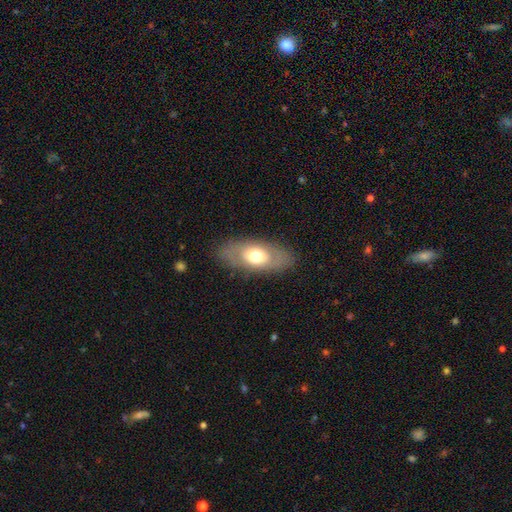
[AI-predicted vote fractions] A smooth galaxy with no disk features (56%) that is in between round and cigar-shaped (87%). Merging: none (83%).